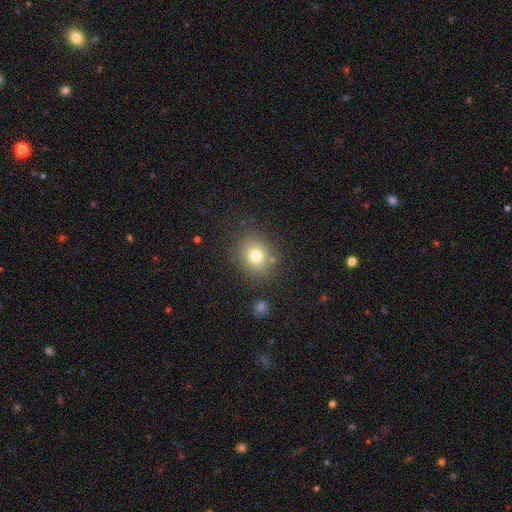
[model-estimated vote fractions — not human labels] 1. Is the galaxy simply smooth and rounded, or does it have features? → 76% smooth, 13% star or artifact, 11% featured or disk.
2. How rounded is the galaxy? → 69% round, 30% in between, 1% cigar-shaped.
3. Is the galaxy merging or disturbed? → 81% none, 11% minor disturbance, 4% merger, 4% major disturbance.